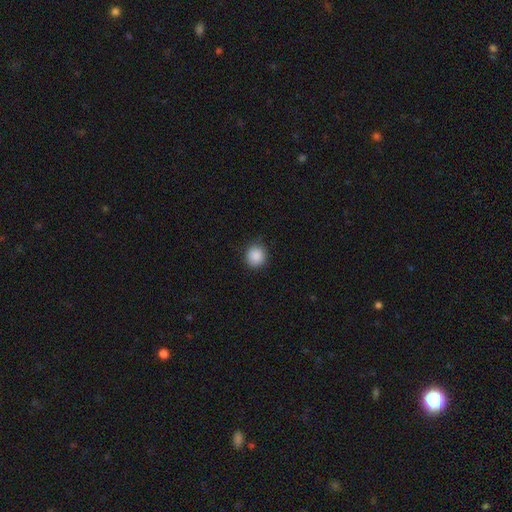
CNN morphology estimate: Overall: smooth (89%). How rounded: round (90%). Merging: none (87%).